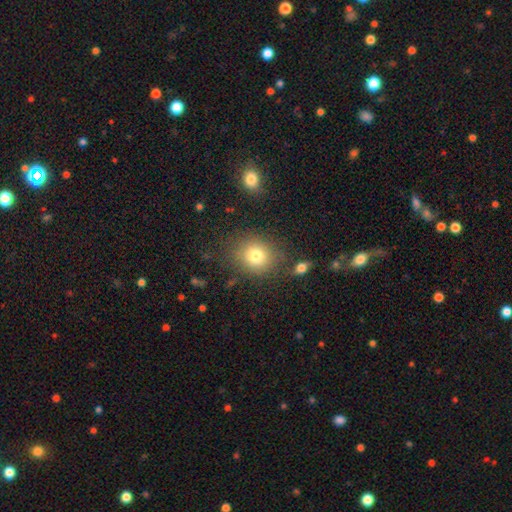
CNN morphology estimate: A smooth galaxy with no disk features (78%) that is round (77%).

Vote fractions:
- Smooth or featured? smooth: 78% / star or artifact: 12% / featured or disk: 10%
- How rounded? round: 77% / in between: 22% / cigar-shaped: 1%
- Merging? none: 79% / minor disturbance: 12% / major disturbance: 5% / merger: 4%